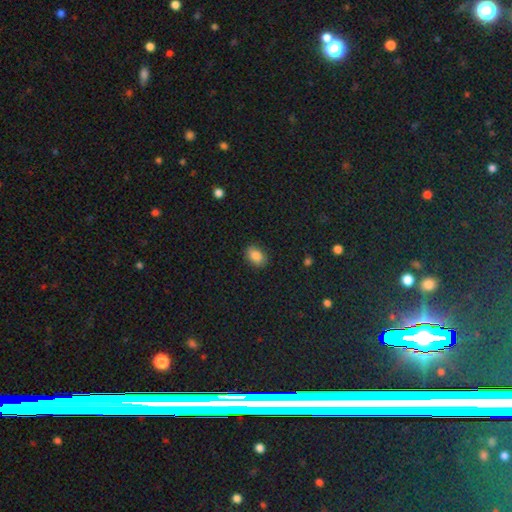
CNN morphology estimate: smooth 86%, star or artifact 9%, featured or disk 5%. Down the decision tree: how rounded — in between (82%); merging — none (87%).